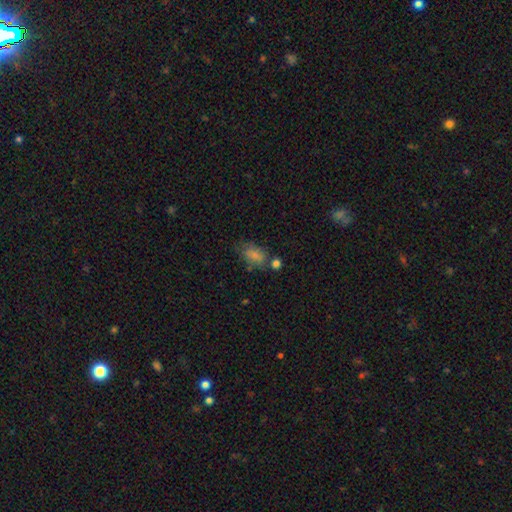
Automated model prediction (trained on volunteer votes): smooth_or_featured: smooth (p=0.76) [alt: featured or disk p=0.14]
how_rounded: in between (p=0.86) [alt: round p=0.11]
merging: none (p=0.50) [alt: minor disturbance p=0.26]